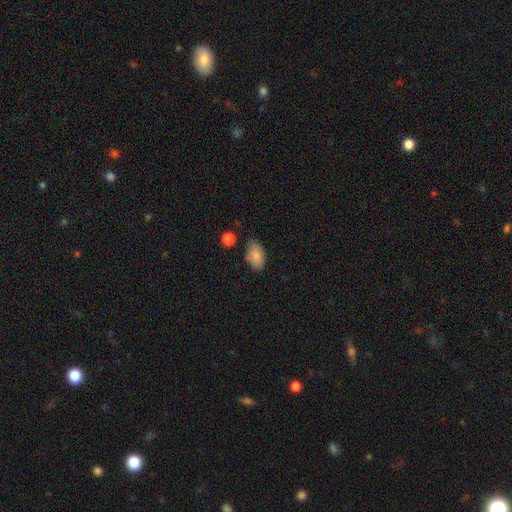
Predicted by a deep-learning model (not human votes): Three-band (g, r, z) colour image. It shows a smooth galaxy with no disk features (85%) that is in between round and cigar-shaped (92%). Merging: none (77%).